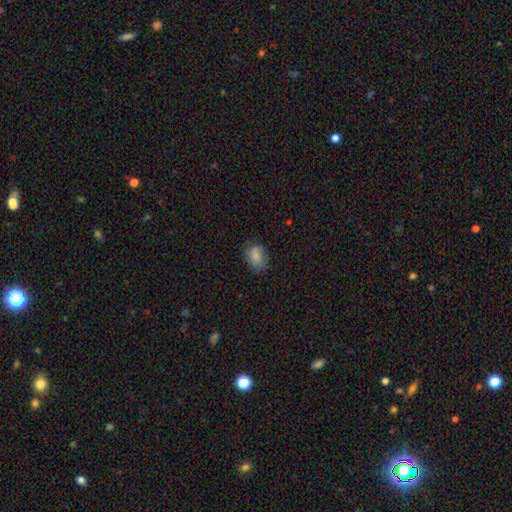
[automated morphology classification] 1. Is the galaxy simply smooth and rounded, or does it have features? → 78% smooth, 13% featured or disk, 9% star or artifact.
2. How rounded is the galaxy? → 78% in between, 21% round, 1% cigar-shaped.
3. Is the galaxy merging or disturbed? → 68% none, 23% minor disturbance, 7% major disturbance, 2% merger.